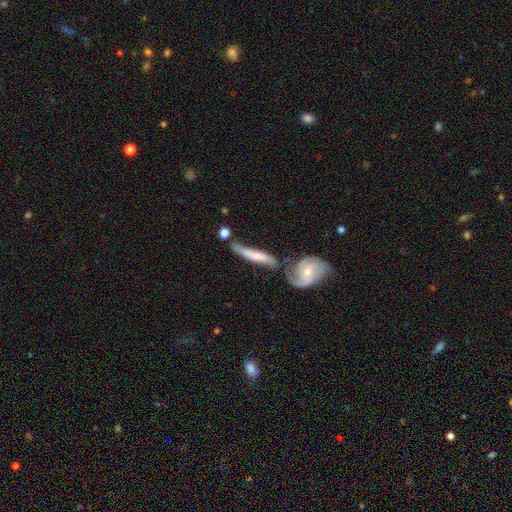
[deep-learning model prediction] Smooth or featured? featured or disk (53%)
Edge-on disk? no (51%)
Merging? none (40%)